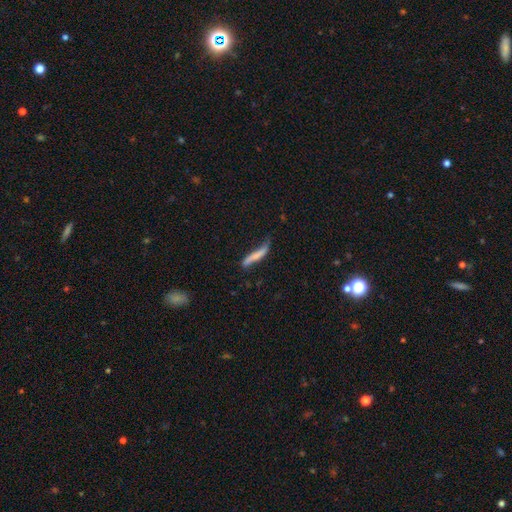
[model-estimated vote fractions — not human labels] The model was most divided on "merging": none: 46%, minor disturbance: 34%, major disturbance: 15%, merger: 5%. More confident: how rounded — cigar-shaped (88%); smooth or featured — smooth (61%).